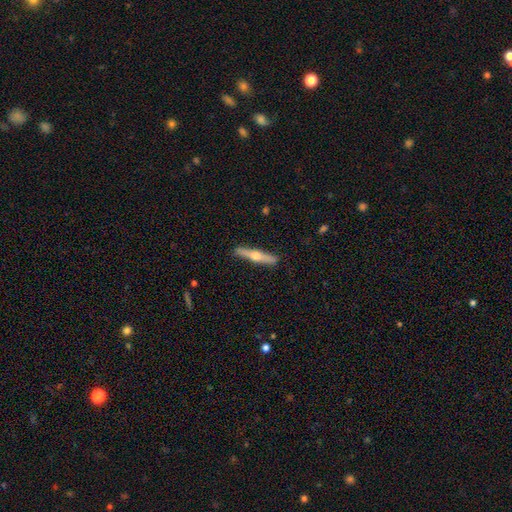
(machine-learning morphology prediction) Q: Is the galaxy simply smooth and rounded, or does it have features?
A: featured or disk — 61%.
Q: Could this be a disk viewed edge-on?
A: yes — 96%.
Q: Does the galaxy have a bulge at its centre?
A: rounded — 94%.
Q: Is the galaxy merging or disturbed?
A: none — 90%.